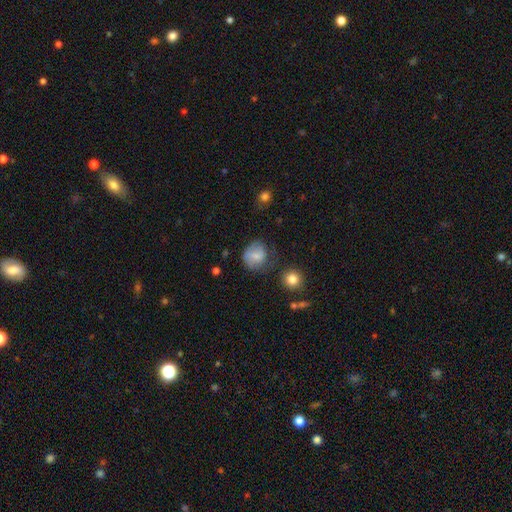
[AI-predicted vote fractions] This is likely a smooth galaxy (63%). How rounded: likely round (75%). Merging: likely none (60%).